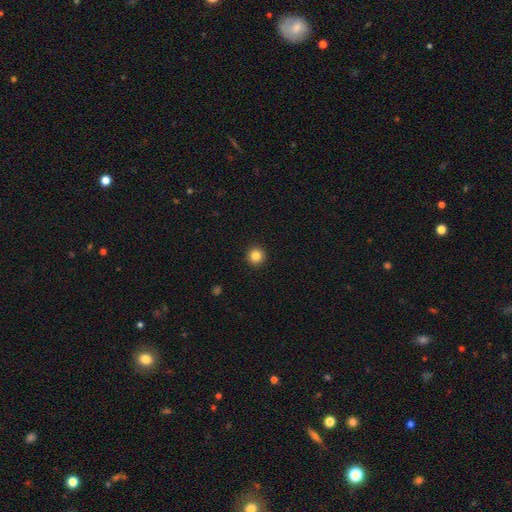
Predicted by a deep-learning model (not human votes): This appears to be a smooth galaxy with no disk features (84%) that is round (96%). Merging: none (93%).